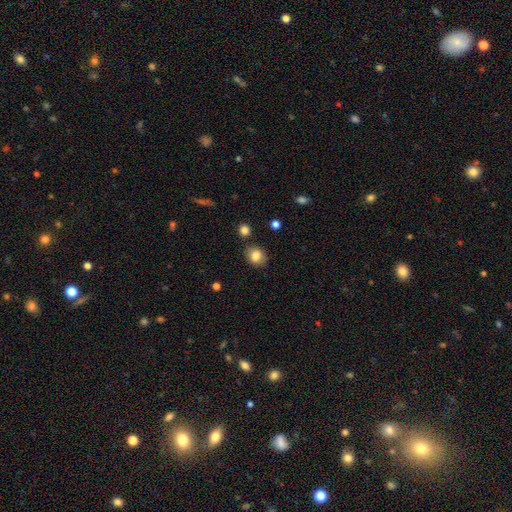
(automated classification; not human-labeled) smooth 82%, star or artifact 10%, featured or disk 8%. Down the decision tree: how rounded — round (57%); merging — none (81%).